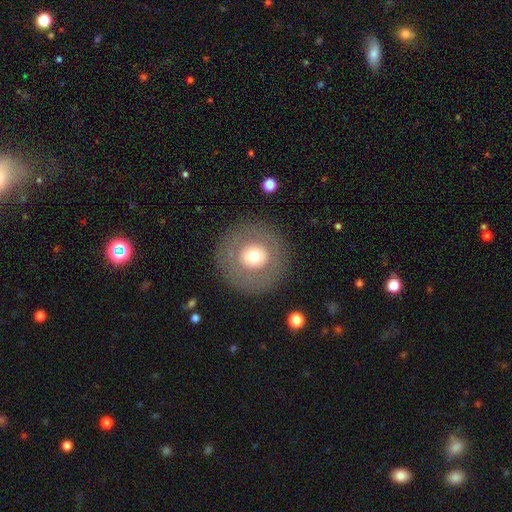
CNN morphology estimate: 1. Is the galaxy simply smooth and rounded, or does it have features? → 49% smooth, 36% featured or disk, 15% star or artifact.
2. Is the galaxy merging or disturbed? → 87% none, 8% minor disturbance, 4% major disturbance, 2% merger.